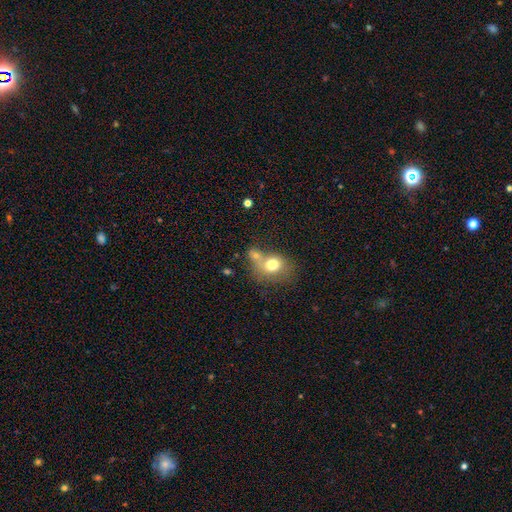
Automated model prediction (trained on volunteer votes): Q: Smooth or featured?
A: smooth (73%); runner-up: featured or disk (16%)
Q: How rounded?
A: round (53%); runner-up: in between (46%)
Q: Merging?
A: merger (47%); runner-up: none (32%)